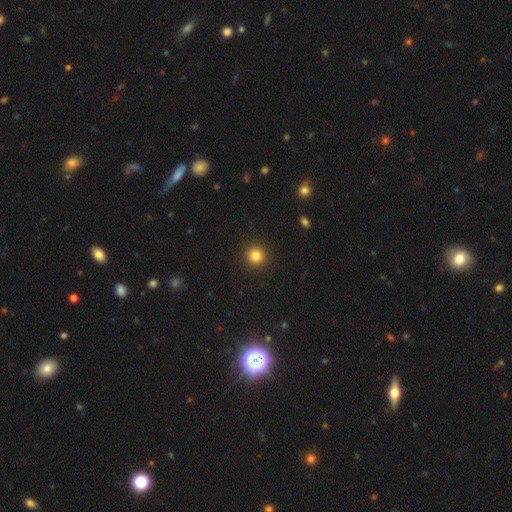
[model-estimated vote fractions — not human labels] This appears to be a smooth galaxy with no disk features (83%) that is round (93%). Merging: none (92%).